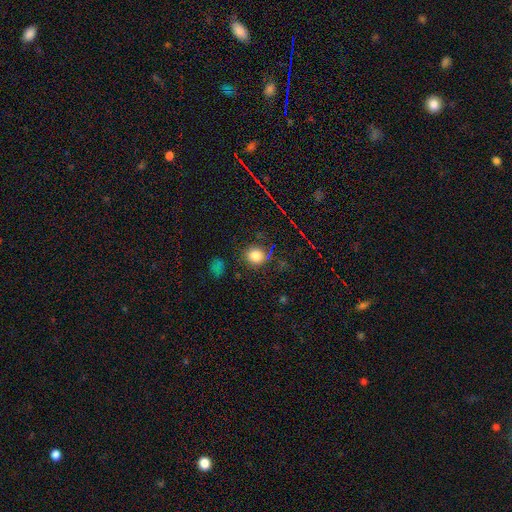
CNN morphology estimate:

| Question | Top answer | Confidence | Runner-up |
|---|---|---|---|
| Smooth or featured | smooth | 79% | star or artifact (15%) |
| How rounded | round | 87% | in between (12%) |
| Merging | none | 80% | minor disturbance (12%) |